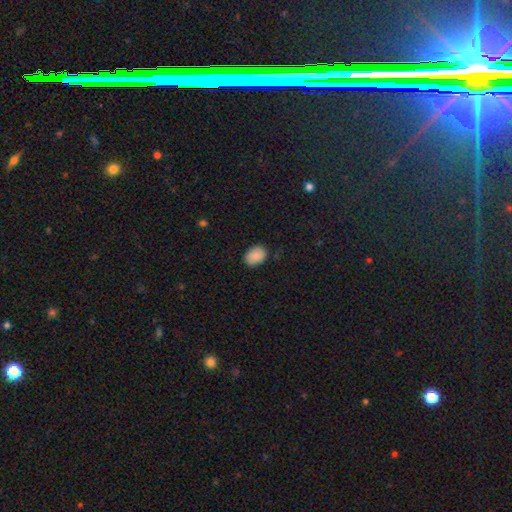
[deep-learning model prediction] Smooth or featured? Predicted: smooth (p=0.89). How rounded? Predicted: in between (p=0.69). Merging? Predicted: none (p=0.82).